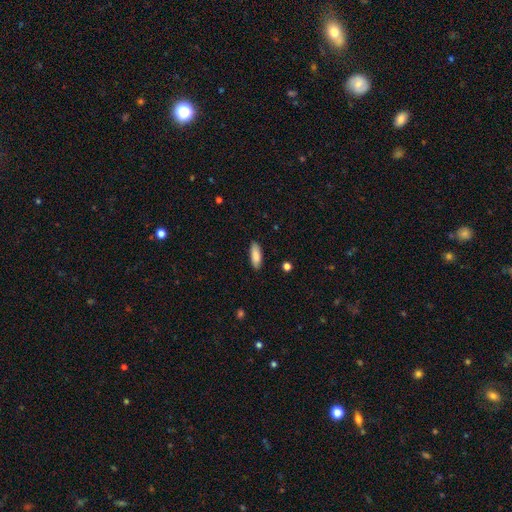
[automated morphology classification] smooth_or_featured: smooth (p=0.88) [alt: star or artifact p=0.06]
how_rounded: in between (p=0.69) [alt: cigar-shaped p=0.30]
merging: none (p=0.87) [alt: minor disturbance p=0.10]